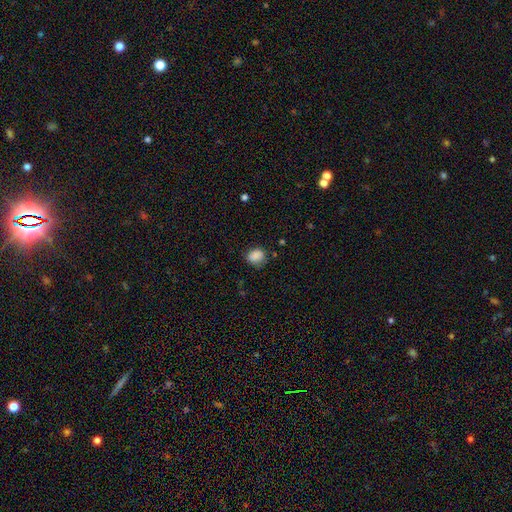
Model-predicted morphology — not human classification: Smooth or featured? smooth (85%)
How rounded? round (56%)
Merging? none (68%)